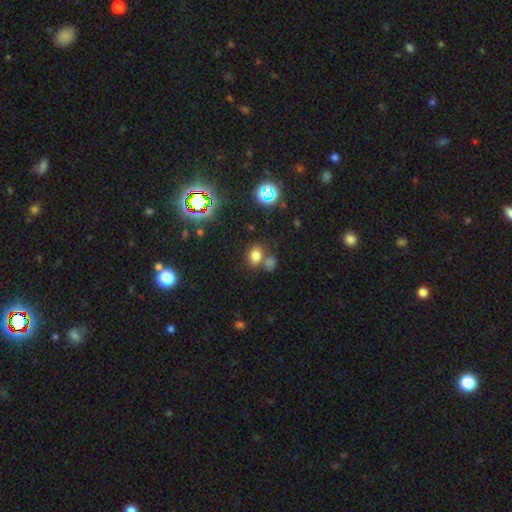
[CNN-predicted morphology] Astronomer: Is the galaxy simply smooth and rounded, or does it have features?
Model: smooth — 70%.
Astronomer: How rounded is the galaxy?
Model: in between — 49%, tied with round at 49%.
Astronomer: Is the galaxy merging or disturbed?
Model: none — 57%.